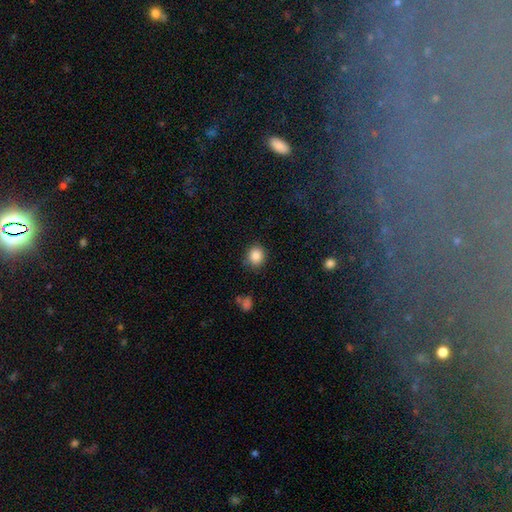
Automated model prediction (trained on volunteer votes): smooth-or-featured: smooth: 87% | star or artifact: 9% | featured or disk: 4%
  how-rounded: round: 76% | in between: 23% | cigar-shaped: 1%
  merging: none: 84% | minor disturbance: 11% | major disturbance: 3% | merger: 2%